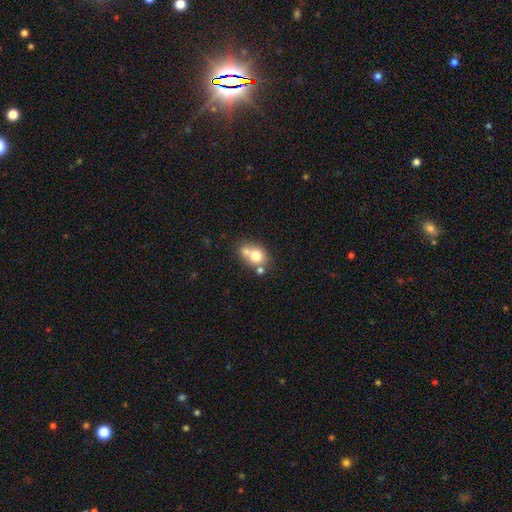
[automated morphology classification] Q: Smooth or featured?
A: smooth (70%); runner-up: featured or disk (20%)
Q: How rounded?
A: round (57%); runner-up: in between (42%)
Q: Merging?
A: merger (48%); runner-up: none (38%)